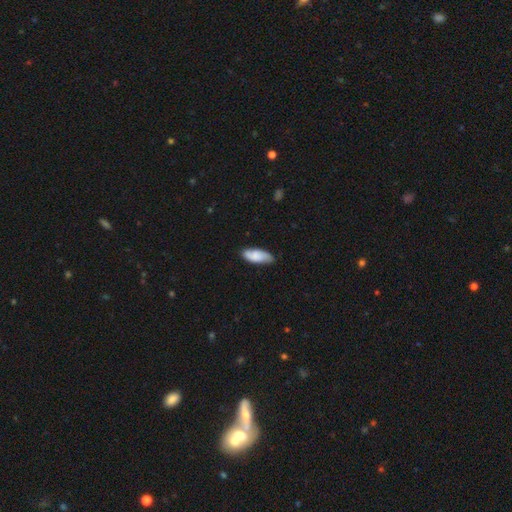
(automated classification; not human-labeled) smooth_or_featured: smooth (p=0.73) [alt: featured or disk p=0.21]
how_rounded: in between (p=0.77) [alt: cigar-shaped p=0.21]
merging: none (p=0.74) [alt: minor disturbance p=0.22]